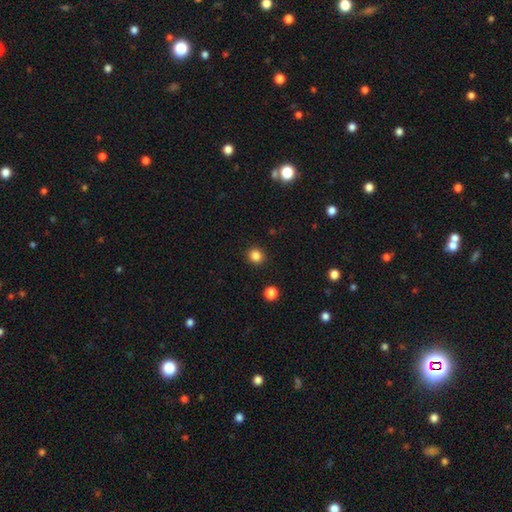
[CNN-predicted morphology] smooth 84%, star or artifact 12%, featured or disk 4%. Down the decision tree: how rounded — round (86%); merging — none (91%).